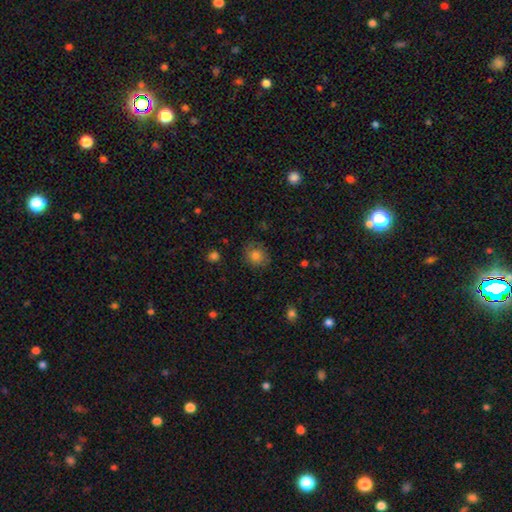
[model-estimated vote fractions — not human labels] This appears to be a smooth galaxy with no disk features (80%) that is round (76%). Merging: none (82%).